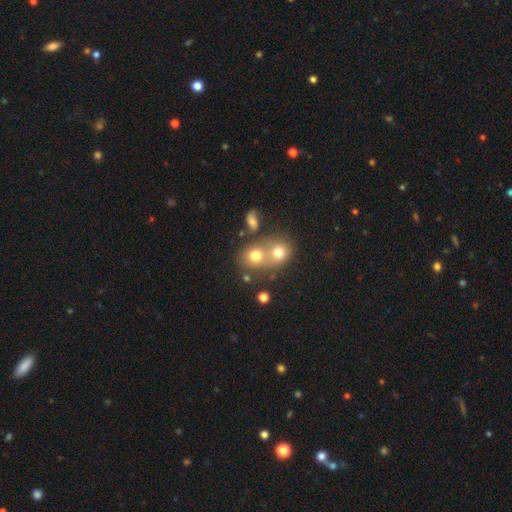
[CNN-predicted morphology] Q: Smooth or featured?
A: smooth (72%); runner-up: featured or disk (14%)
Q: How rounded?
A: round (73%); runner-up: in between (26%)
Q: Merging?
A: merger (50%); runner-up: none (38%)